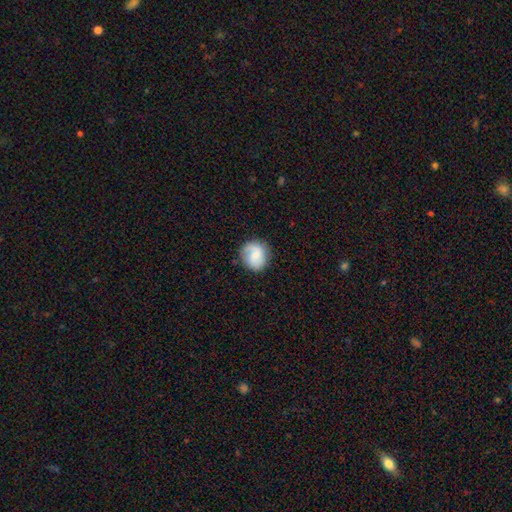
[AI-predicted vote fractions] smooth_or_featured: smooth (p=0.54) [alt: featured or disk p=0.38]
how_rounded: round (p=0.82) [alt: in between p=0.17]
merging: none (p=0.77) [alt: minor disturbance p=0.17]